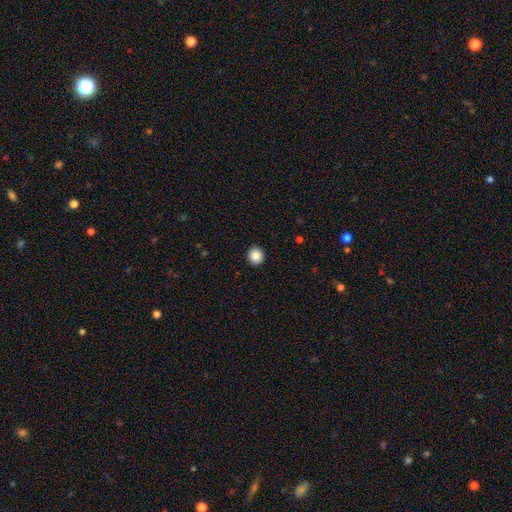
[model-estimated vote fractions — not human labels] Overall: smooth (86%). How rounded: round (92%). Merging: none (93%).